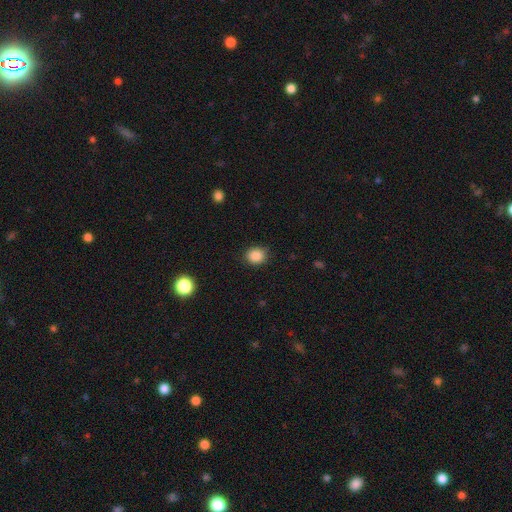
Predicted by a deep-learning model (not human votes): smooth 87%, star or artifact 10%, featured or disk 3%. Down the decision tree: how rounded — round (74%); merging — none (87%).